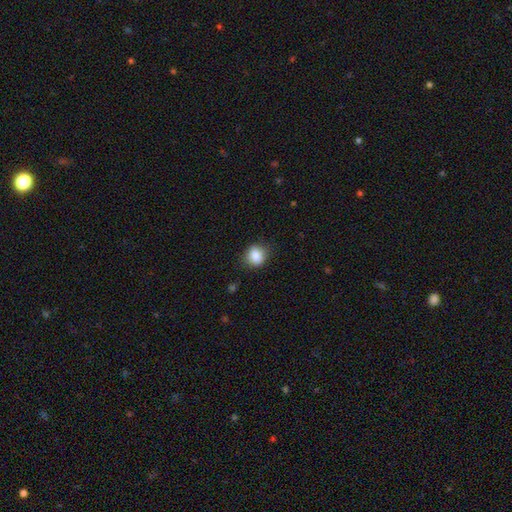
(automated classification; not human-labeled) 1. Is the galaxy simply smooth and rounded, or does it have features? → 85% smooth, 9% star or artifact, 6% featured or disk.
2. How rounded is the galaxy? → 62% round, 37% in between, 1% cigar-shaped.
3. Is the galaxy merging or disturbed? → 78% none, 17% minor disturbance, 4% major disturbance, 1% merger.